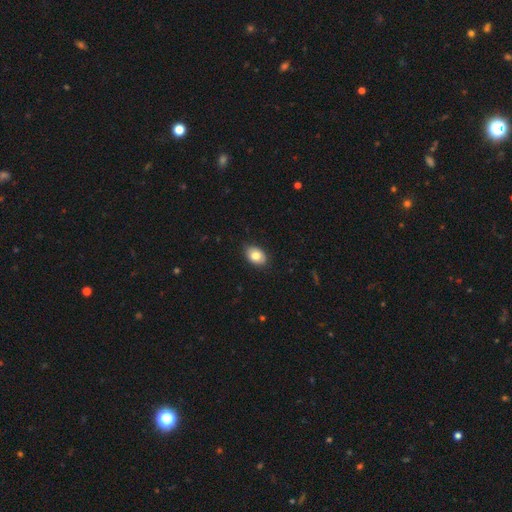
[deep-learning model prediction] A smooth galaxy with no disk features (81%) that is in between round and cigar-shaped (82%). Merging: none (86%).